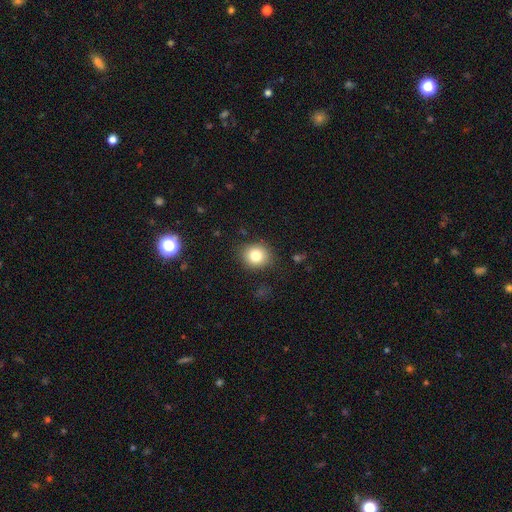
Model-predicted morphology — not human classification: This appears to be a smooth galaxy with no disk features (81%) that is round (79%). Merging: none (86%).